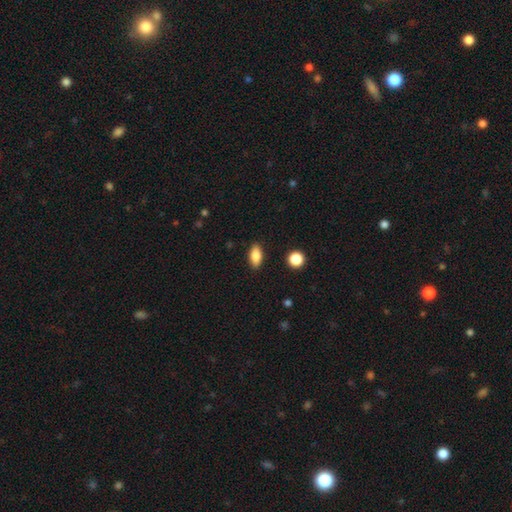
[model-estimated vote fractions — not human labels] Smooth or featured: smooth — 83% (featured or disk — 9%)
How rounded: in between — 86% (cigar-shaped — 9%)
Merging: none — 88% (minor disturbance — 8%)